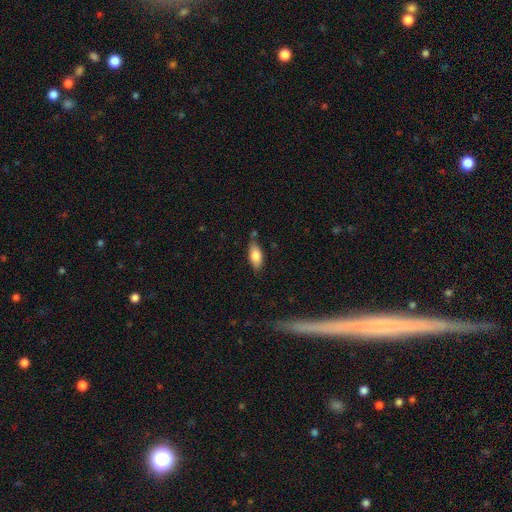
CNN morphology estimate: The model was most divided on "merging": none: 70%, minor disturbance: 20%, merger: 6%, major disturbance: 4%. More confident: how rounded — in between (83%); smooth or featured — smooth (80%).